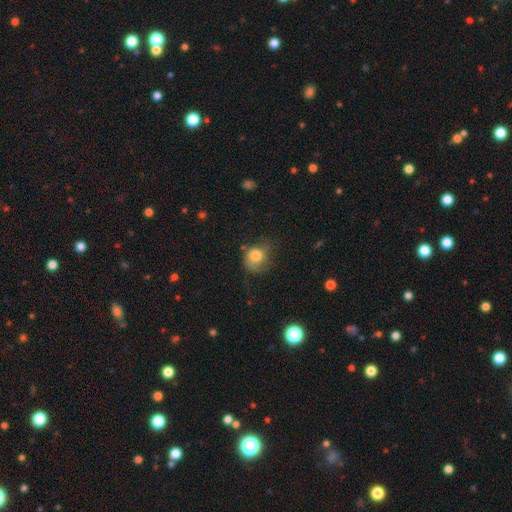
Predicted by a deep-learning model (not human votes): This is likely a smooth galaxy (78%). How rounded: likely round (65%). Merging: marginally none (41%).